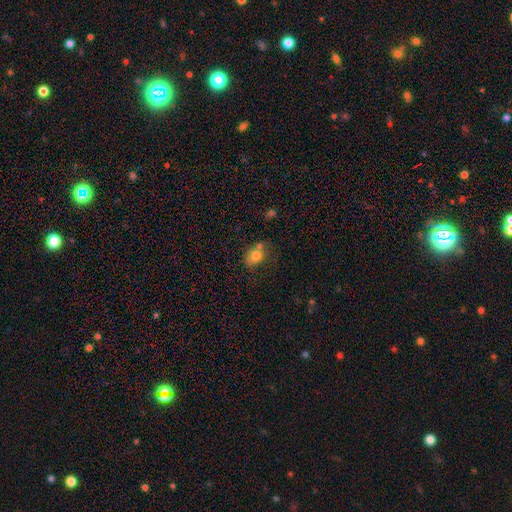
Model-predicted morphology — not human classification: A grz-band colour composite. It shows a smooth galaxy with no disk features (77%) that is in between round and cigar-shaped (61%). Merging: none (49%).